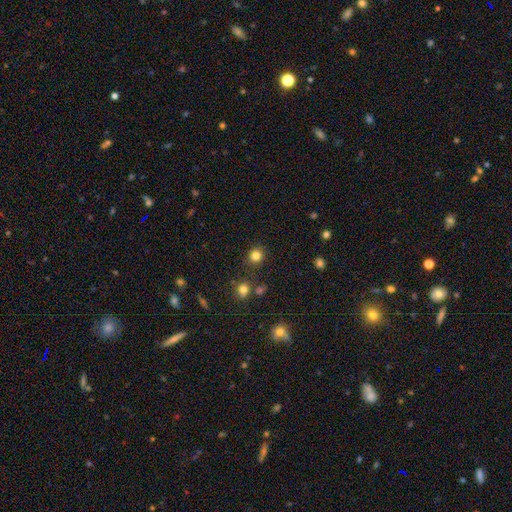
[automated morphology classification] This appears to be a smooth galaxy with no disk features (82%) that is round (89%). Merging: none (85%).